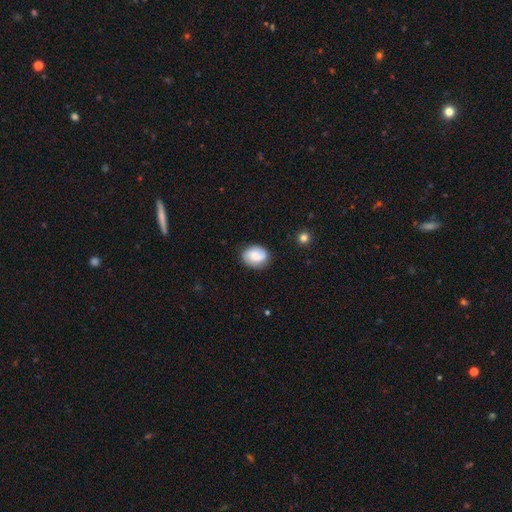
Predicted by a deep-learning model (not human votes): Smooth or featured?
  - smooth: 66% *
  - featured or disk: 26%
  - star or artifact: 8%
How rounded?
  - round: 50% *
  - in between: 49%
  - cigar-shaped: 1%
Merging?
  - none: 80% *
  - minor disturbance: 15%
  - major disturbance: 4%
  - merger: 2%